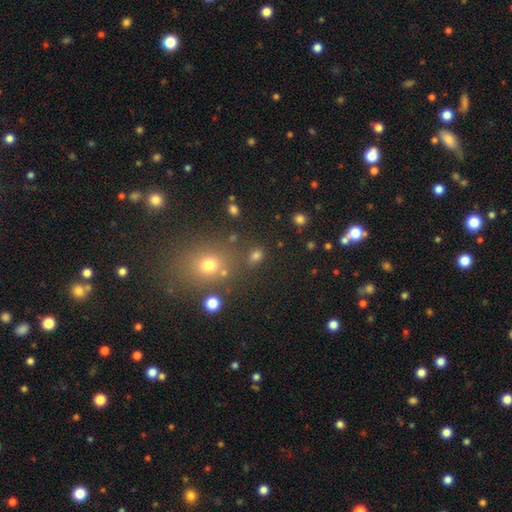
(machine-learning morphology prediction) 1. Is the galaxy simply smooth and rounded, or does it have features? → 68% smooth, 24% star or artifact, 8% featured or disk.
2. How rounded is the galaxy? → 49% round (tied), 49% in between (tied), 2% cigar-shaped.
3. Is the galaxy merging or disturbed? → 74% none, 10% minor disturbance, 10% merger, 5% major disturbance.